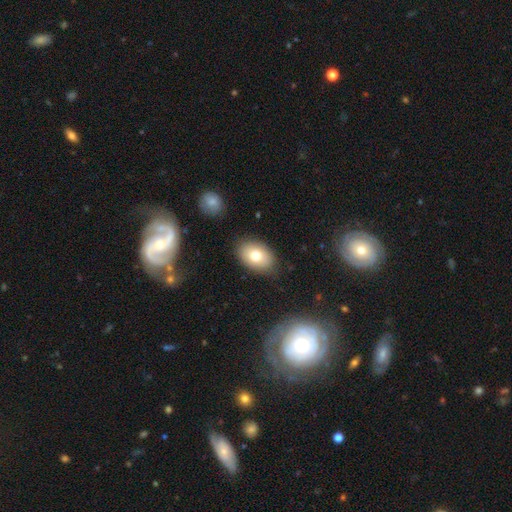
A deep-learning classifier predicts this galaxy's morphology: smooth_or_featured: smooth (p=0.76) [alt: featured or disk p=0.15]
how_rounded: in between (p=0.82) [alt: round p=0.16]
merging: none (p=0.85) [alt: minor disturbance p=0.11]